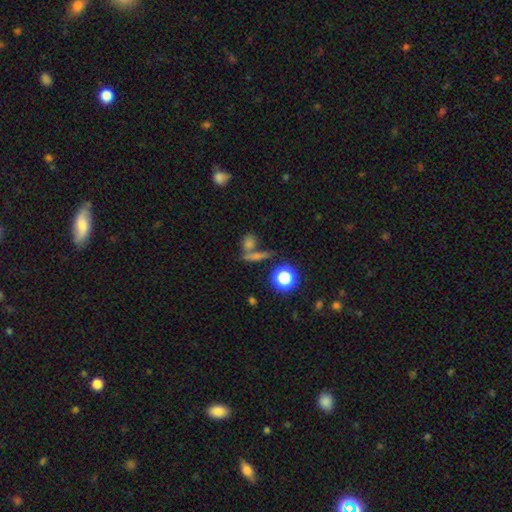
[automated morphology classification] Smooth or featured? Predicted: smooth (p=0.53). How rounded? Predicted: round (p=0.46). Merging? Predicted: none (p=0.54).